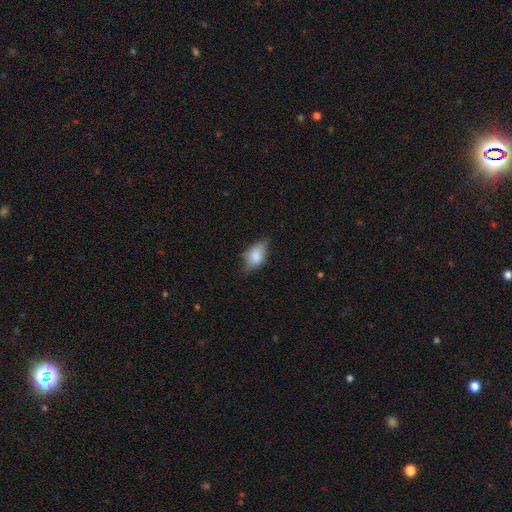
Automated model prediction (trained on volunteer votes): Overall: smooth (81%). How rounded: in between (89%). Merging: none (57%; minor disturbance 34%).